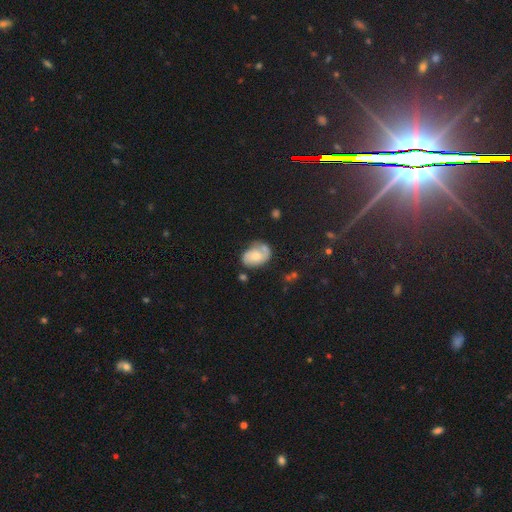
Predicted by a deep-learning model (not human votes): Overall: featured or disk (49%; smooth 42%). Merging: none (52%; minor disturbance 28%).